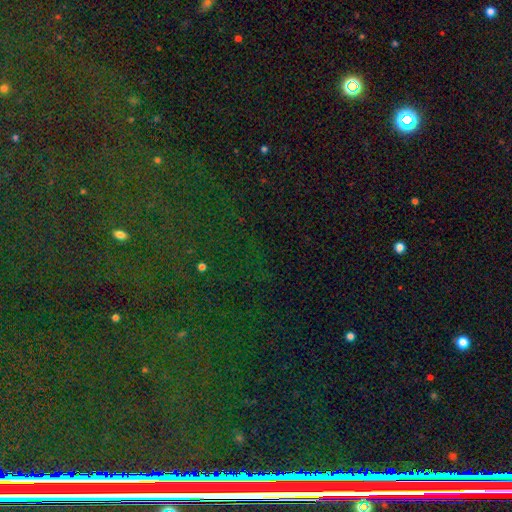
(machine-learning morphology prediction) Smooth or featured? Predicted: star or artifact (p=0.83).